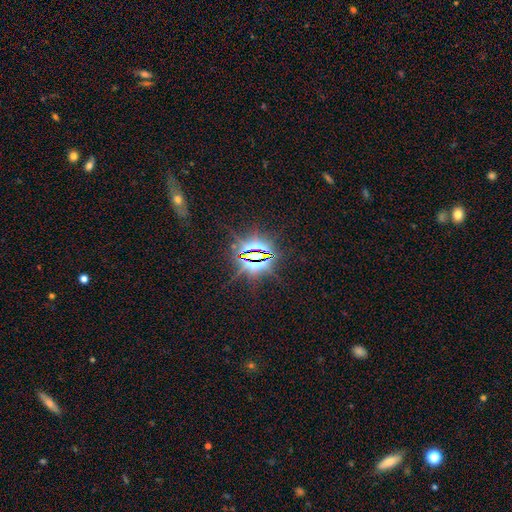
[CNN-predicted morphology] Smooth or featured? Predicted: star or artifact (p=0.84).